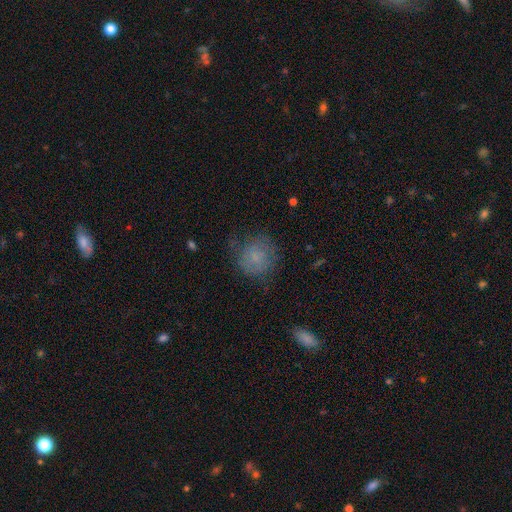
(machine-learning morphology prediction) Smooth or featured? Predicted: smooth (p=0.69). How rounded? Predicted: round (p=0.87). Merging? Predicted: none (p=0.68).